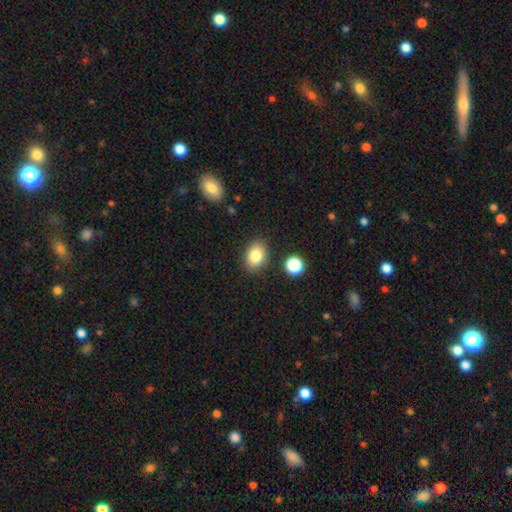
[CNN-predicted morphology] This appears to be a smooth galaxy with no disk features (83%) that is in between round and cigar-shaped (75%). Merging: none (85%).